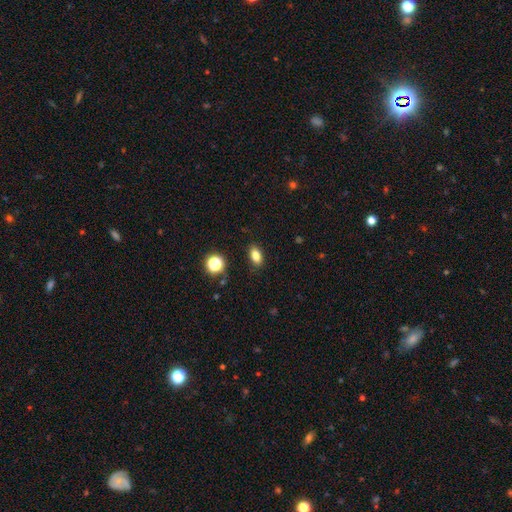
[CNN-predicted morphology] smooth-or-featured: smooth: 80% | star or artifact: 12% | featured or disk: 8%
  how-rounded: in between: 84% | round: 13% | cigar-shaped: 4%
  merging: none: 87% | minor disturbance: 9% | major disturbance: 2% | merger: 2%